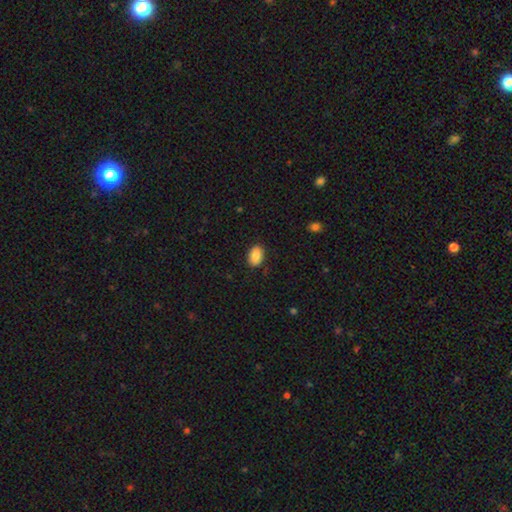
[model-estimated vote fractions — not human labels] Q: Smooth or featured?
A: smooth (86%); runner-up: star or artifact (7%)
Q: How rounded?
A: in between (87%); runner-up: round (12%)
Q: Merging?
A: none (86%); runner-up: minor disturbance (11%)